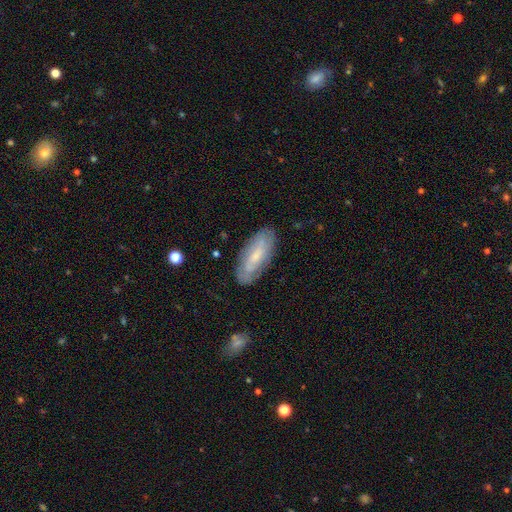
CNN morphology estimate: smooth_or_featured: featured or disk (p=0.52) [alt: smooth p=0.41]
disk_edge_on: no (p=0.85) [alt: yes p=0.15]
merging: none (p=0.83) [alt: minor disturbance p=0.13]